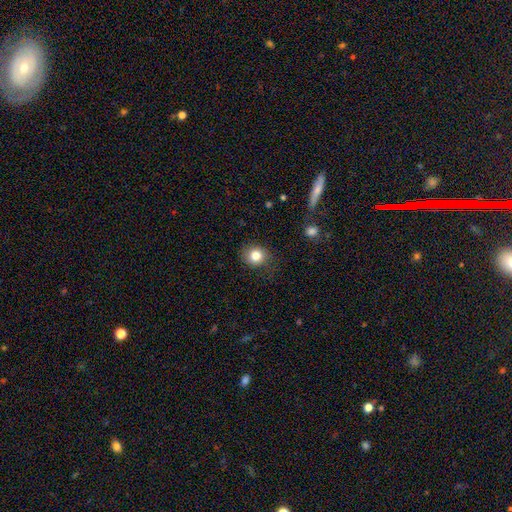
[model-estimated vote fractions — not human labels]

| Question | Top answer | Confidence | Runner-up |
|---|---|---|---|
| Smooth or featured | smooth | 82% | star or artifact (11%) |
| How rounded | round | 82% | in between (17%) |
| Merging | none | 79% | minor disturbance (15%) |